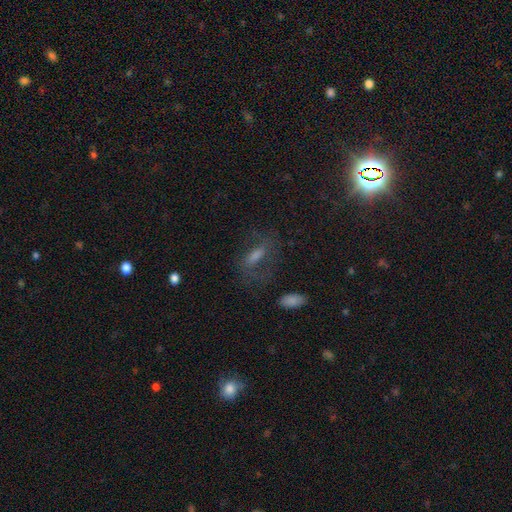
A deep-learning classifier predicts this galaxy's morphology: Smooth or featured? Predicted: smooth (p=0.44). Merging? Predicted: none (p=0.58).